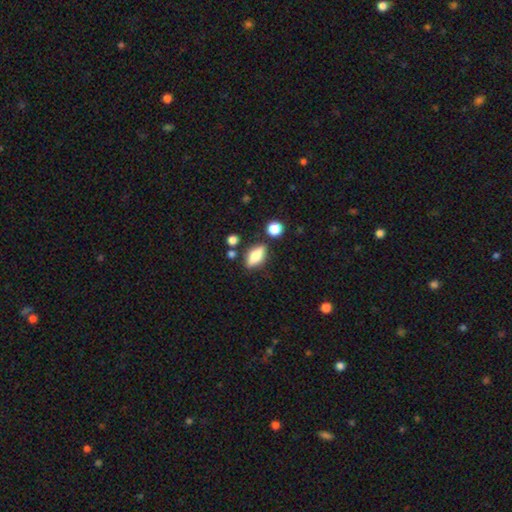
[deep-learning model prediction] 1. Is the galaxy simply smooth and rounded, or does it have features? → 63% smooth, 28% featured or disk, 9% star or artifact.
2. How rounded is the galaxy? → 72% in between, 19% cigar-shaped, 9% round.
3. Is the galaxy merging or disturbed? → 77% none, 13% minor disturbance, 5% merger, 4% major disturbance.